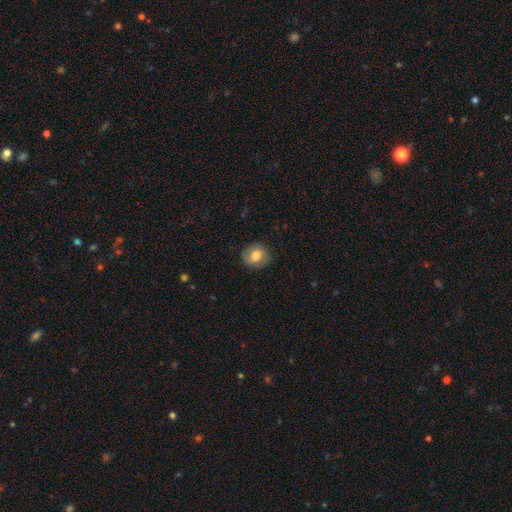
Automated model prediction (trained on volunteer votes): Smooth or featured? smooth (71%)
How rounded? round (80%)
Merging? none (84%)